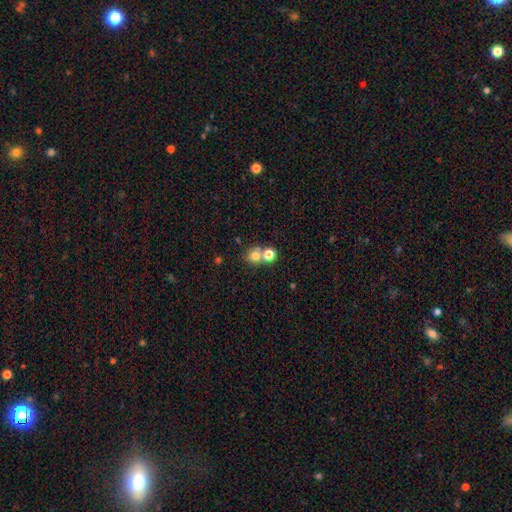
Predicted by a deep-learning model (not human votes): smooth_or_featured: smooth (p=0.74) [alt: star or artifact p=0.16]
how_rounded: round (p=0.82) [alt: in between p=0.17]
merging: none (p=0.50) [alt: merger p=0.40]